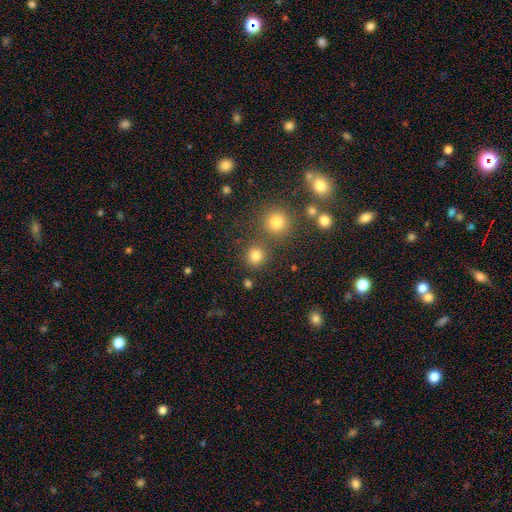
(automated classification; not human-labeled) Q: Smooth or featured?
A: smooth (79%); runner-up: star or artifact (15%)
Q: How rounded?
A: round (91%); runner-up: in between (8%)
Q: Merging?
A: none (78%); runner-up: merger (12%)